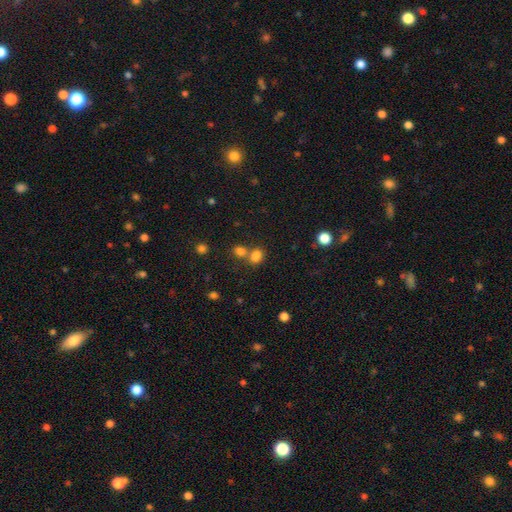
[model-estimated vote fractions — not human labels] Overall: smooth (79%). How rounded: in between (62%; round 36%). Merging: none (45%; merger 41%).